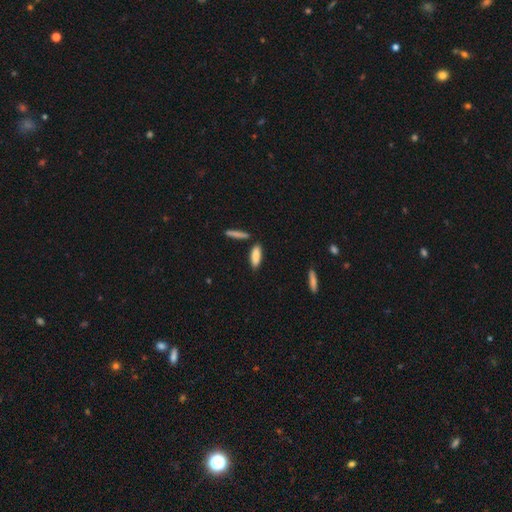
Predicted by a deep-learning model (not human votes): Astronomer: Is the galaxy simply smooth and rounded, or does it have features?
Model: smooth — 85%.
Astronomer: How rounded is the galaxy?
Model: in between — 50% (runner-up: cigar-shaped, 48%).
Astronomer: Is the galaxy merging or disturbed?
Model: none — 82%.